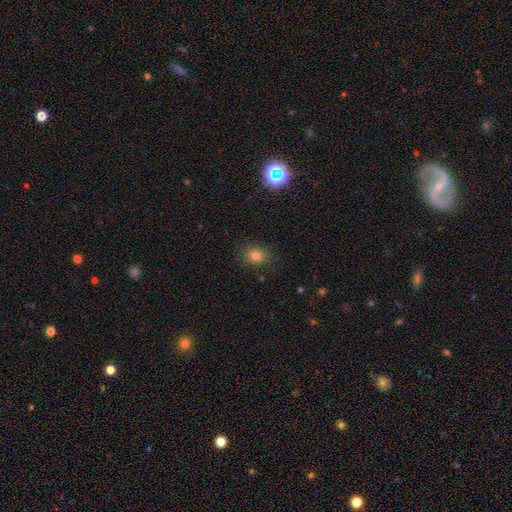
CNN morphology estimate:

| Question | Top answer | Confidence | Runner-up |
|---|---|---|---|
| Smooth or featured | smooth | 80% | star or artifact (14%) |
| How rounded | round | 60% | in between (39%) |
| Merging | none | 84% | minor disturbance (11%) |